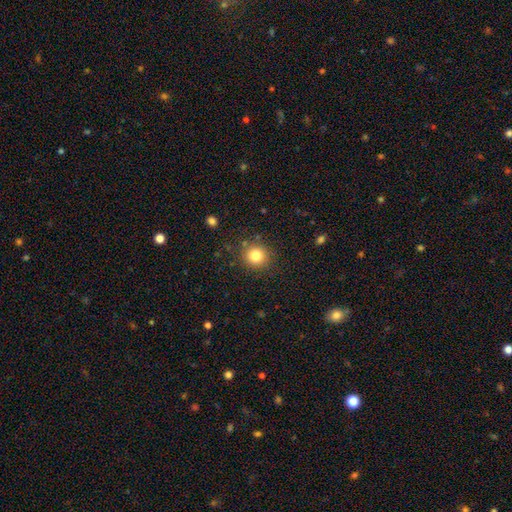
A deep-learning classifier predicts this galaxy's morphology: A smooth galaxy with no disk features (81%) that is round (91%).

Vote fractions:
- Smooth or featured? smooth: 81% / star or artifact: 12% / featured or disk: 7%
- How rounded? round: 91% / in between: 8% / cigar-shaped: 1%
- Merging? none: 86% / minor disturbance: 9% / major disturbance: 3% / merger: 2%